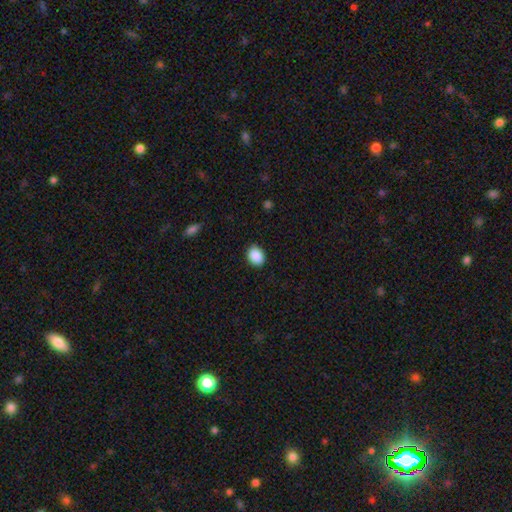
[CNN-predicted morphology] Smooth or featured: smooth — 90% (star or artifact — 8%)
How rounded: in between — 62% (round — 37%)
Merging: none — 87% (minor disturbance — 10%)